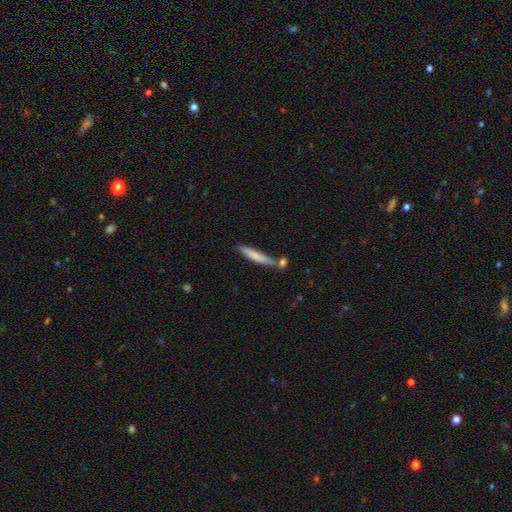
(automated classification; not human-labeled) Smooth or featured: smooth — 71% (featured or disk — 24%)
How rounded: cigar-shaped — 92% (in between — 7%)
Merging: none — 68% (minor disturbance — 15%)